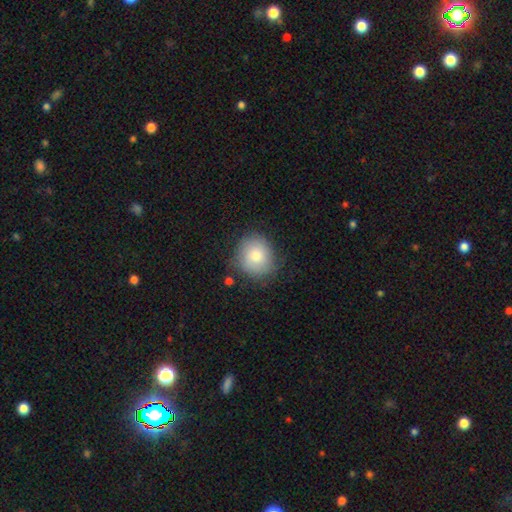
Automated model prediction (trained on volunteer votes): Q: Smooth or featured?
A: smooth (77%); runner-up: featured or disk (15%)
Q: How rounded?
A: round (83%); runner-up: in between (16%)
Q: Merging?
A: none (75%); runner-up: minor disturbance (19%)